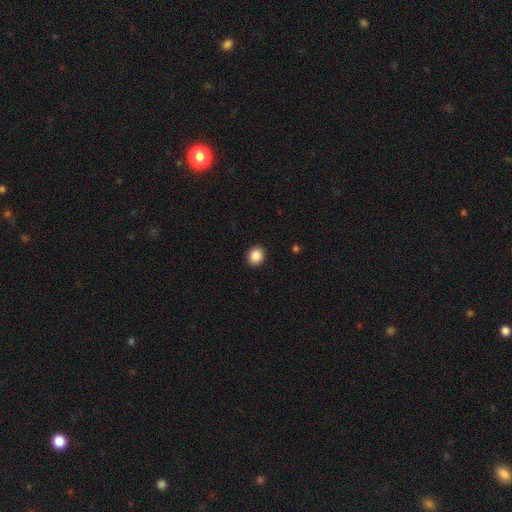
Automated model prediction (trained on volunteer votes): Smooth or featured? Predicted: smooth (p=0.87). How rounded? Predicted: round (p=0.77). Merging? Predicted: none (p=0.92).